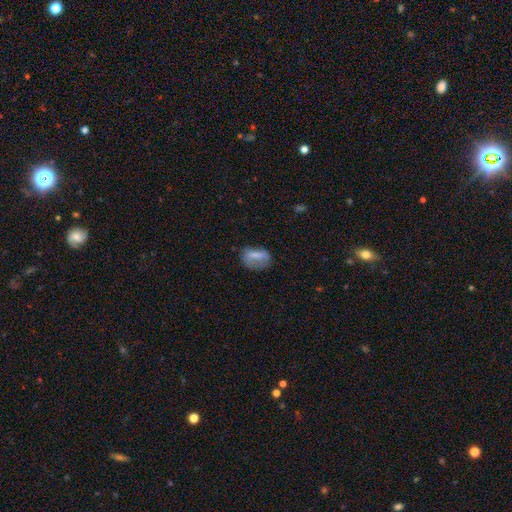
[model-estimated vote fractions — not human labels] Morphology: type=smooth (65%); roundness=in between (73%); merging=none (53%).